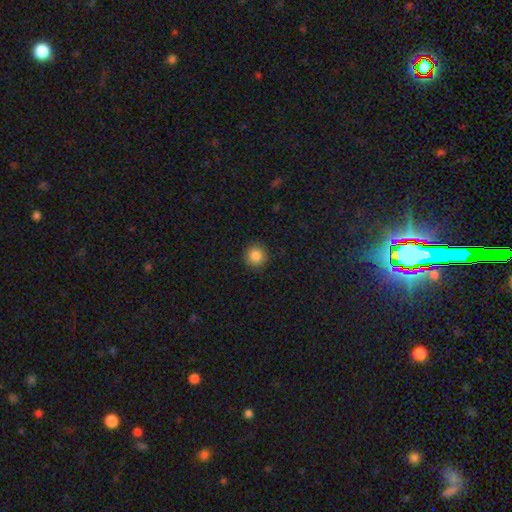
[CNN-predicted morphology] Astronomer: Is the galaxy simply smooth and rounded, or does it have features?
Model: smooth — 86%.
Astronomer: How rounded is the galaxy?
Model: round — 94%.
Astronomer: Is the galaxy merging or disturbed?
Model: none — 91%.